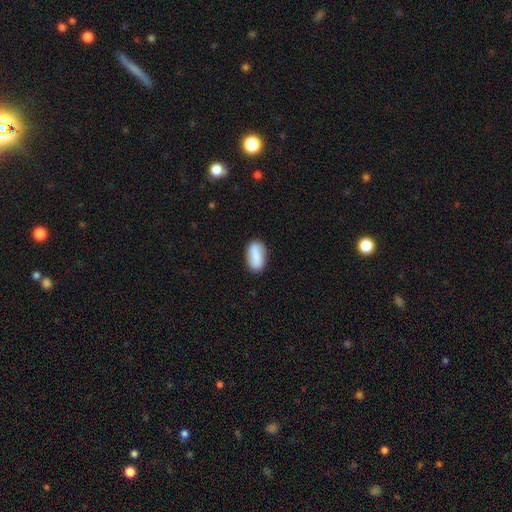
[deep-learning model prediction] smooth-or-featured: smooth: 81% | featured or disk: 13% | star or artifact: 7%
  how-rounded: in between: 89% | cigar-shaped: 7% | round: 4%
  merging: none: 84% | minor disturbance: 12% | major disturbance: 3% | merger: 2%